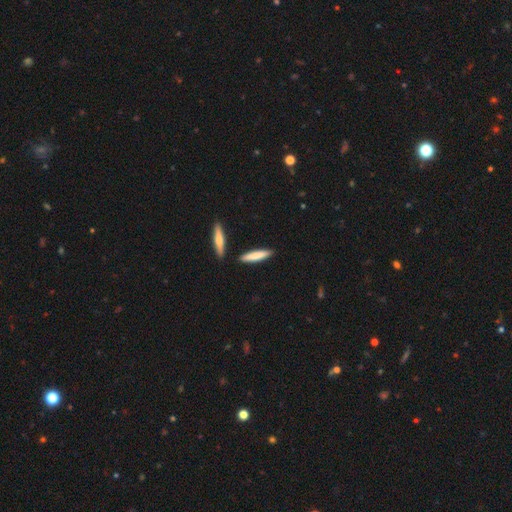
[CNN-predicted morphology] A smooth galaxy with no disk features (76%) that is cigar-shaped (86%).

Vote fractions:
- Smooth or featured? smooth: 76% / featured or disk: 20% / star or artifact: 5%
- How rounded? cigar-shaped: 86% / in between: 13% / round: 1%
- Merging? none: 85% / minor disturbance: 8% / merger: 5% / major disturbance: 2%